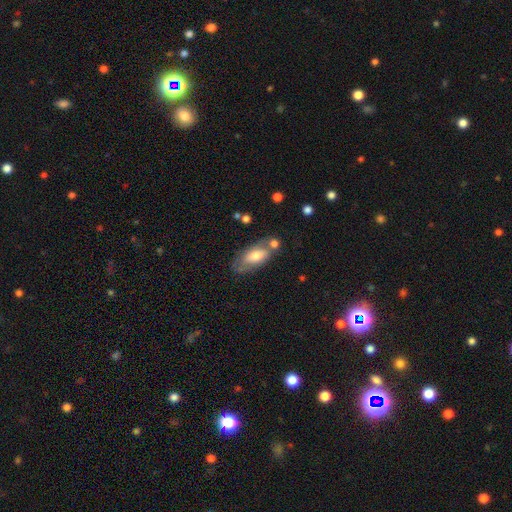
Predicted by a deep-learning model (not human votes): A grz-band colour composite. It shows a smooth galaxy with no disk features (62%) that is in between round and cigar-shaped (86%). Merging: none (53%).